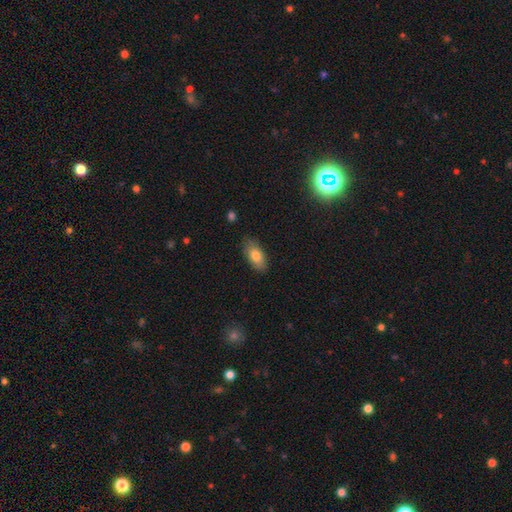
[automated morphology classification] Smooth or featured? smooth (78%)
How rounded? in between (89%)
Merging? none (82%)